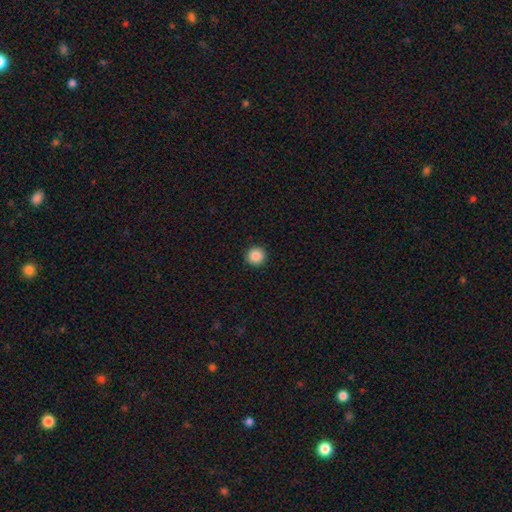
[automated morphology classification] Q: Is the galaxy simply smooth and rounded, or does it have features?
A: smooth — 87%.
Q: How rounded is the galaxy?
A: round — 95%.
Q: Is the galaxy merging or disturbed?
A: none — 93%.